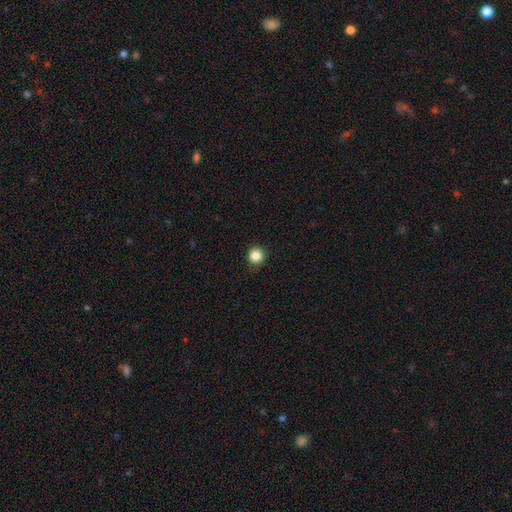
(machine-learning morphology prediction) The model was most divided on "smooth or featured": smooth: 85%, star or artifact: 11%, featured or disk: 4%. More confident: how rounded — round (93%); merging — none (89%).